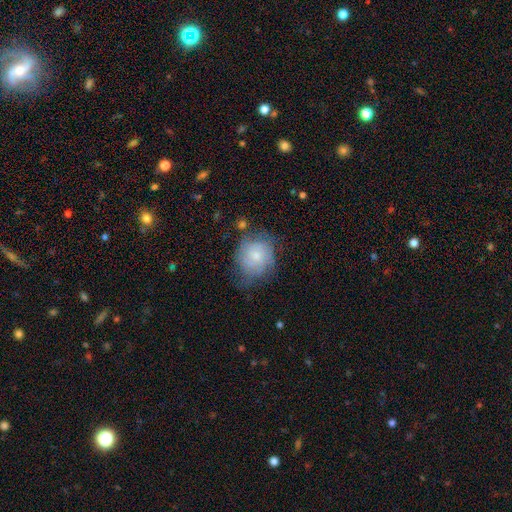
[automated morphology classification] Smooth or featured: smooth — 50% (featured or disk — 42%)
How rounded: round — 74% (in between — 25%)
Merging: none — 57% (minor disturbance — 28%)